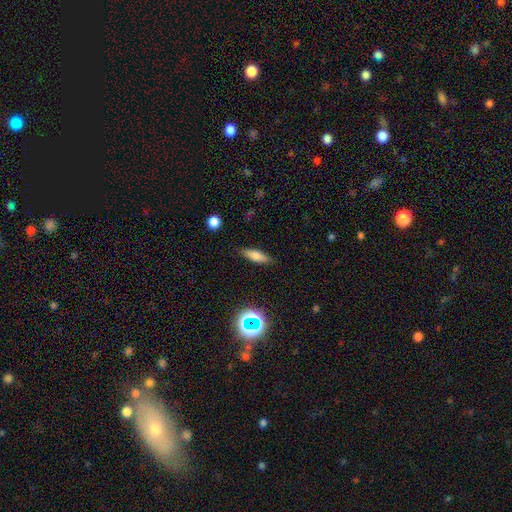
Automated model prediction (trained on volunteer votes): This appears to be a smooth galaxy with no disk features (65%) that is cigar-shaped (51%). Merging: none (84%).